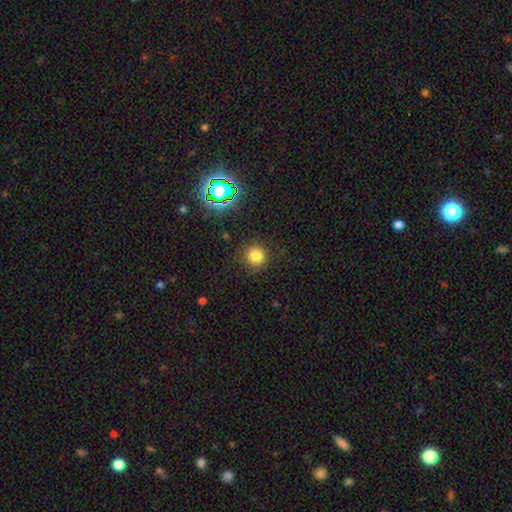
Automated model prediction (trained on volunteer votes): Smooth or featured? smooth (78%)
How rounded? round (94%)
Merging? none (88%)